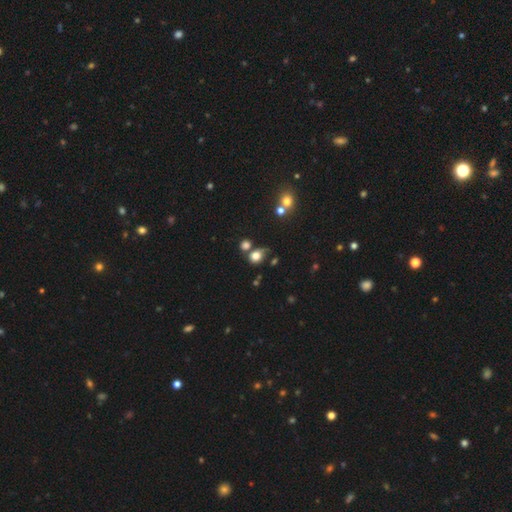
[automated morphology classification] This is likely a smooth galaxy (75%). How rounded: likely round (68%). Merging: possibly none (46%).